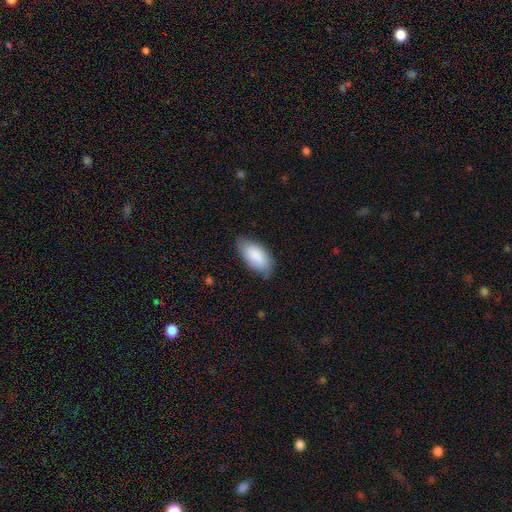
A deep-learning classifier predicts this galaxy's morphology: This is clearly a smooth galaxy (87%). How rounded: clearly in between (93%). Merging: likely none (78%).